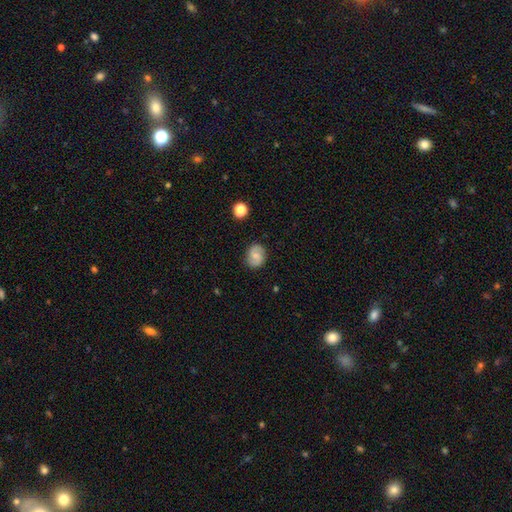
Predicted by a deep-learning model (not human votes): smooth 56%, featured or disk 35%, star or artifact 9%. Down the decision tree: how rounded — round (59%); merging — none (84%).